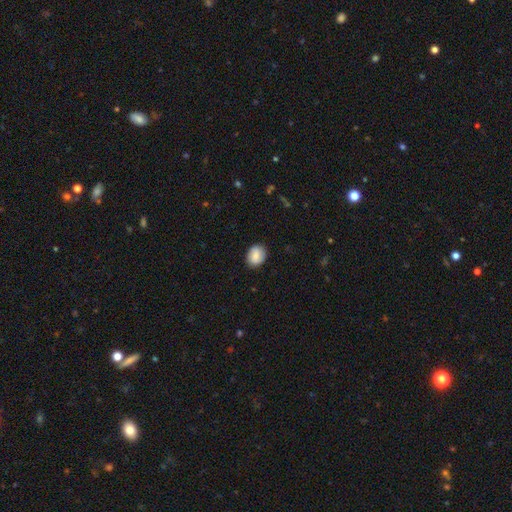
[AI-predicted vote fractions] This appears to be a smooth galaxy with no disk features (85%) that is round (51%). Merging: none (85%).